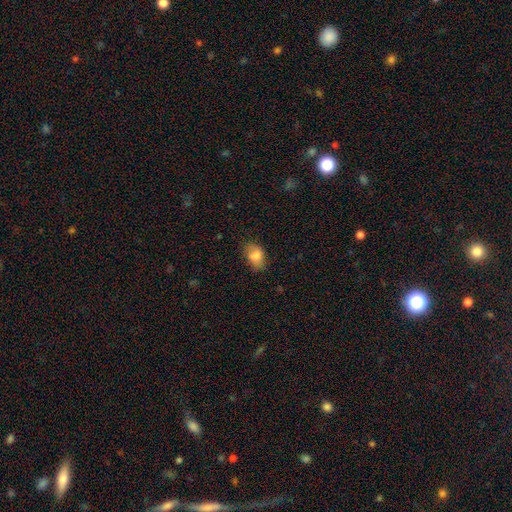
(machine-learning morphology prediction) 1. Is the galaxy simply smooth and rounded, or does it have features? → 81% smooth, 10% featured or disk, 8% star or artifact.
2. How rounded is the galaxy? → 82% in between, 17% round, 1% cigar-shaped.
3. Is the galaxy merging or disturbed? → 66% none, 25% minor disturbance, 7% major disturbance, 2% merger.